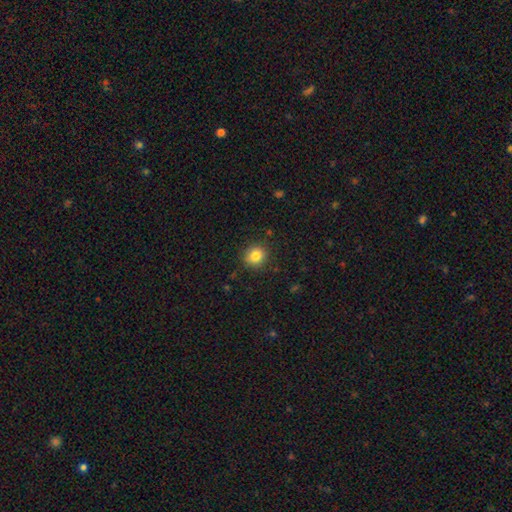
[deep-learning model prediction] Morphology: type=smooth (83%); roundness=round (86%); merging=none (88%).